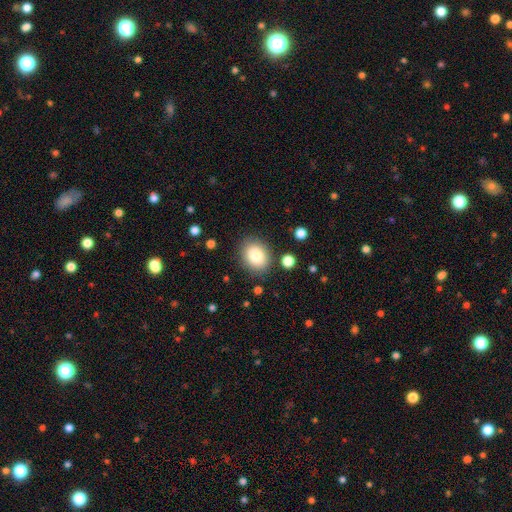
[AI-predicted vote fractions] A smooth galaxy with no disk features (83%) that is round (50%). Merging: none (84%).